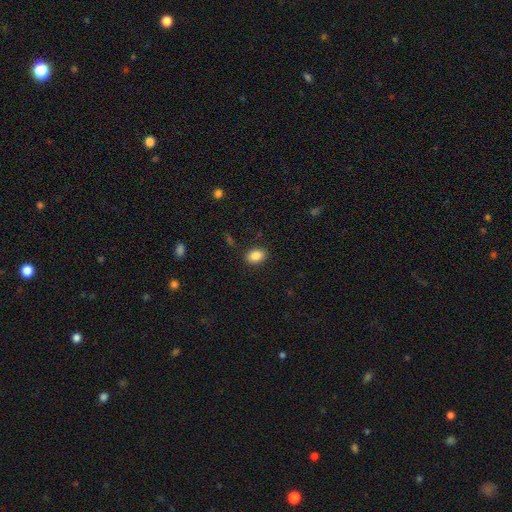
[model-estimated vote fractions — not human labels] This appears to be a smooth galaxy with no disk features (87%) that is in between round and cigar-shaped (77%). Merging: none (87%).